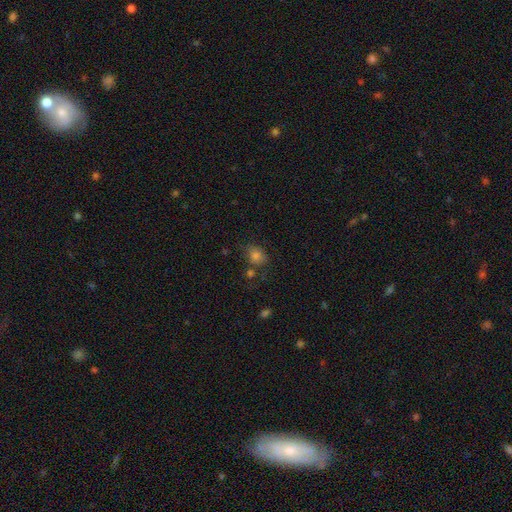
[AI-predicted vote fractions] Smooth or featured?
  - smooth: 76% *
  - star or artifact: 15%
  - featured or disk: 9%
How rounded?
  - in between: 50% *
  - round: 49%
  - cigar-shaped: 1%
Merging?
  - none: 61% *
  - minor disturbance: 20%
  - merger: 11%
  - major disturbance: 8%